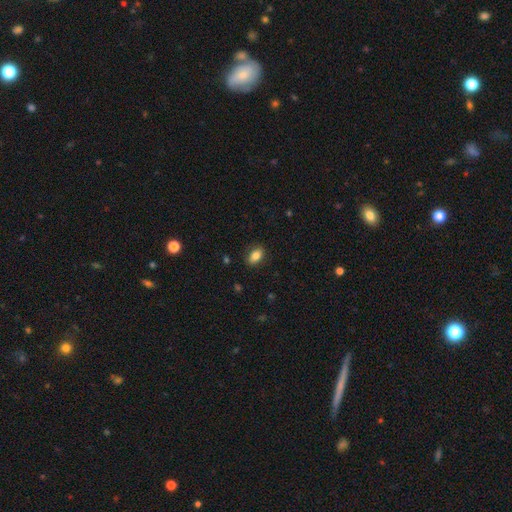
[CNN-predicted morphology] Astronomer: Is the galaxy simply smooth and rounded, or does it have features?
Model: smooth — 84%.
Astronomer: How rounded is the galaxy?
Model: in between — 87%.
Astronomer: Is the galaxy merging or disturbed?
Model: none — 85%.